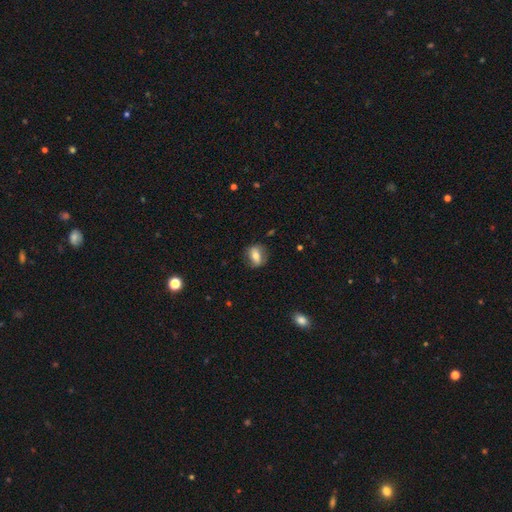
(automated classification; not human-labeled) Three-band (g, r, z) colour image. It shows a smooth galaxy with no disk features (60%) that is in between round and cigar-shaped (59%). Merging: none (78%).